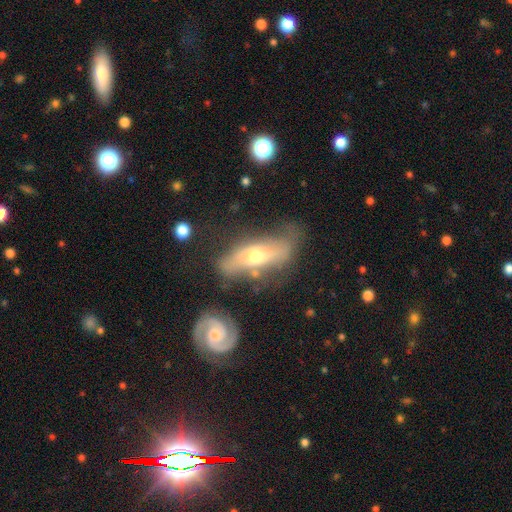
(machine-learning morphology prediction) featured or disk 58%, smooth 36%, star or artifact 7%. Down the decision tree: edge-on disk — no (64%); merging — none (45%).